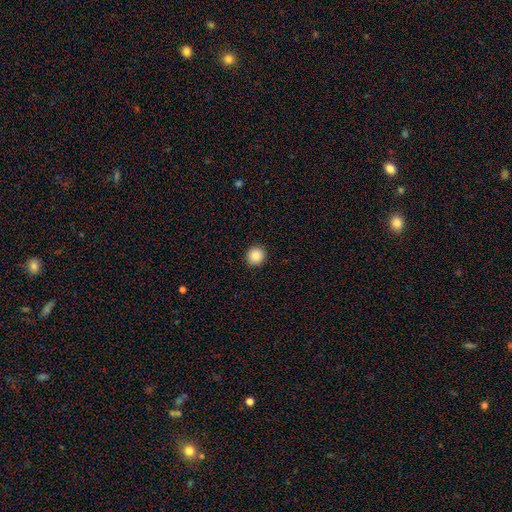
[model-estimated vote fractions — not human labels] smooth-or-featured: smooth: 88% | star or artifact: 9% | featured or disk: 3%
  how-rounded: round: 94% | in between: 5% | cigar-shaped: 1%
  merging: none: 92% | minor disturbance: 5% | major disturbance: 2% | merger: 1%